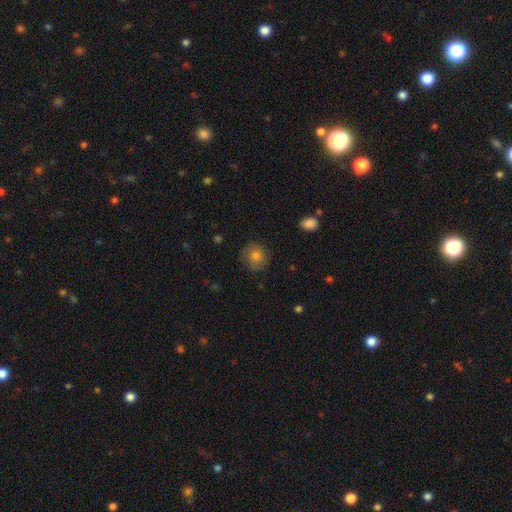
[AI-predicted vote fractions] This appears to be a smooth galaxy with no disk features (78%) that is round (84%). Merging: none (81%).